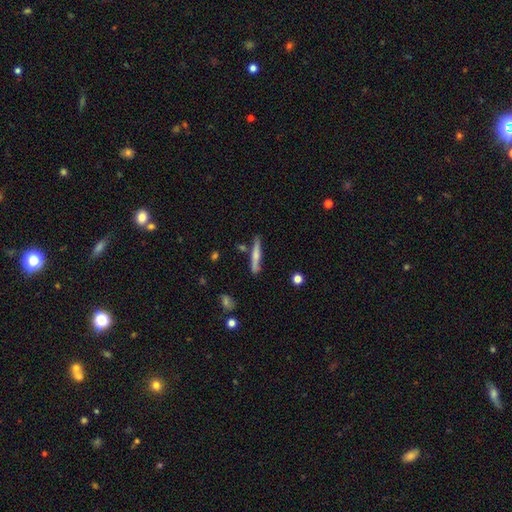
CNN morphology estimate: Smooth or featured?
  - smooth: 54% *
  - featured or disk: 40%
  - star or artifact: 6%
How rounded?
  - cigar-shaped: 93% *
  - in between: 6%
  - round: 2%
Merging?
  - none: 78% *
  - minor disturbance: 14%
  - merger: 6%
  - major disturbance: 3%